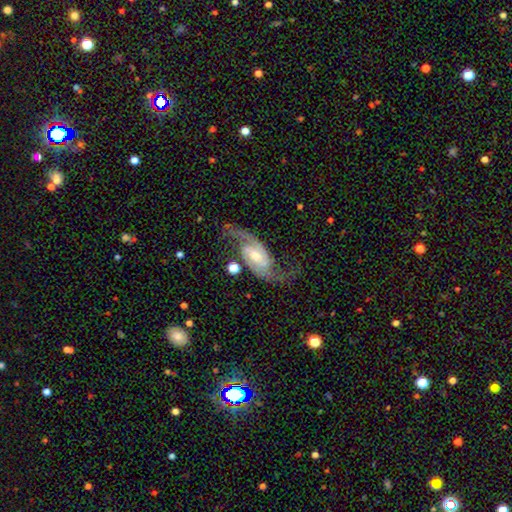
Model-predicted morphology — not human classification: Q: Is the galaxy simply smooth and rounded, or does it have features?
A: featured or disk — 91%.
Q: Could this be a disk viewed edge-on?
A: no — 96%.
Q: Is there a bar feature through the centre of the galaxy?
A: weak — 46%.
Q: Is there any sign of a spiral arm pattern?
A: yes — 98%.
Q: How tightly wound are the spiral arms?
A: medium — 48%.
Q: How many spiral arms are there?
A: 2 — 94%.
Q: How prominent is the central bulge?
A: moderate — 50%.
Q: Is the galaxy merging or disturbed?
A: none — 69%.